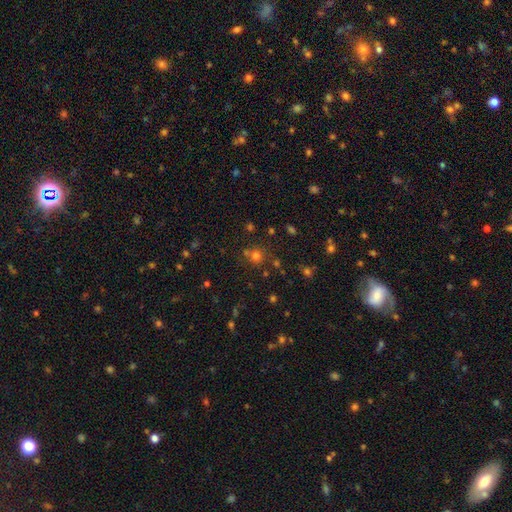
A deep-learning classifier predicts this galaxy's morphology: Smooth or featured?
  - smooth: 66% *
  - star or artifact: 27%
  - featured or disk: 7%
How rounded?
  - round: 89% *
  - in between: 10%
  - cigar-shaped: 1%
Merging?
  - none: 71% *
  - merger: 15%
  - minor disturbance: 10%
  - major disturbance: 4%